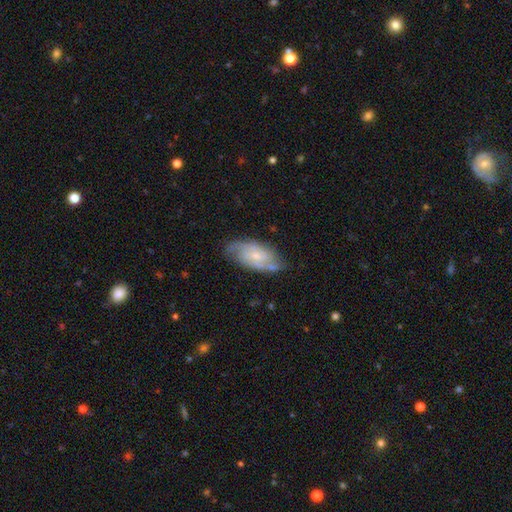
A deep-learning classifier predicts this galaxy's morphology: The model was most divided on "spiral winding": medium: 46%, tight: 39%, loose: 15%. More confident: edge-on disk — no (94%); spiral arms — yes (93%); smooth or featured — featured or disk (76%); merging — none (72%); bulge size — small (68%); bar — no (61%); spiral arm count — 2 (58%).